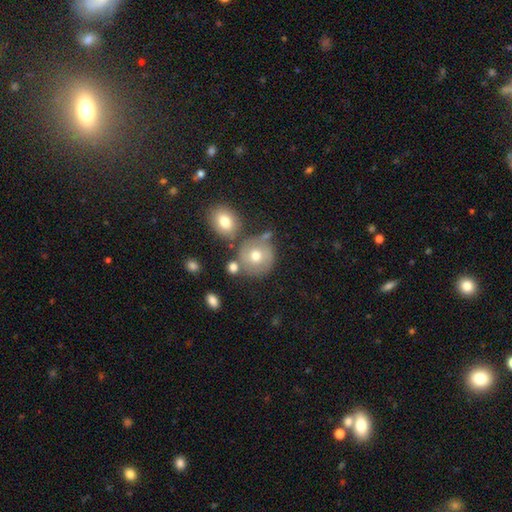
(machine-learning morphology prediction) Overall: smooth (64%; featured or disk 25%). How rounded: round (88%). Merging: none (63%).